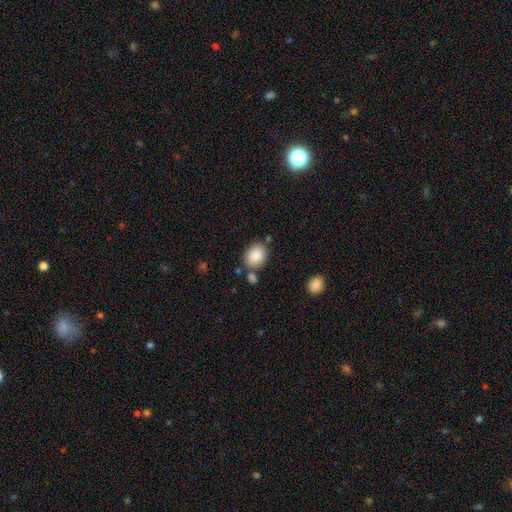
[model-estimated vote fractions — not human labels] A smooth galaxy with no disk features (86%) that is in between round and cigar-shaped (55%).

Vote fractions:
- Smooth or featured? smooth: 86% / star or artifact: 7% / featured or disk: 6%
- How rounded? in between: 55% / round: 44% / cigar-shaped: 1%
- Merging? none: 70% / minor disturbance: 14% / merger: 12% / major disturbance: 4%